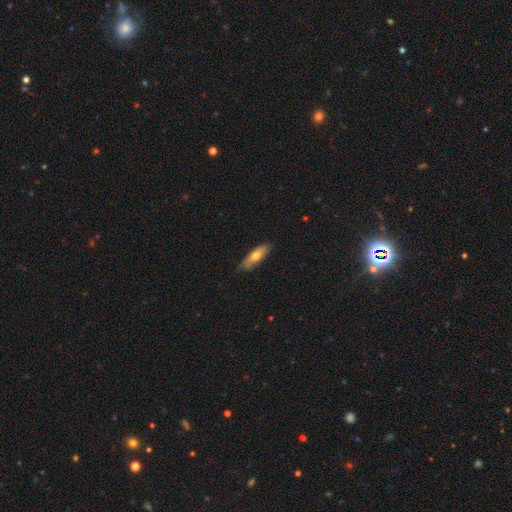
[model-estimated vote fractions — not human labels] Smooth or featured: smooth — 65% (featured or disk — 30%)
How rounded: cigar-shaped — 52% (in between — 46%)
Merging: none — 83% (minor disturbance — 14%)